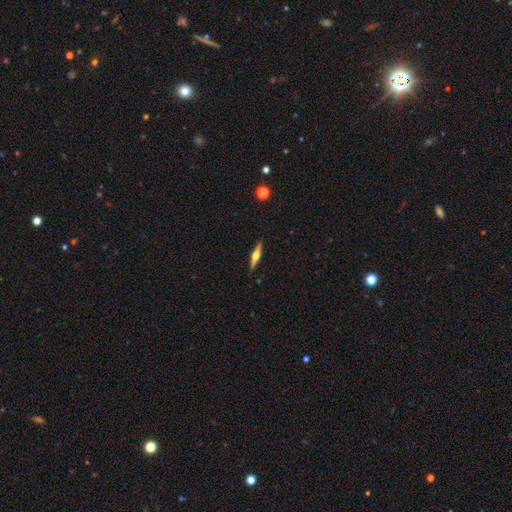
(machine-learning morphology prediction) featured or disk 68%, smooth 26%, star or artifact 6%. Down the decision tree: edge-on disk — yes (97%); edge-on bulge — rounded (94%); merging — none (91%).